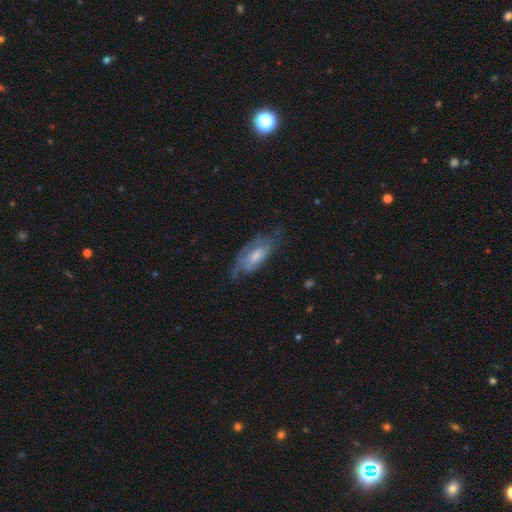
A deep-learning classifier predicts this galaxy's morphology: This is likely a featured or disk galaxy (63%). It is clearly not viewed edge-on (84%). Bar: likely no (62%). Spiral arm pattern: likely yes (77%). Central bulge: possibly moderate (50%). Merging: possibly none (54%).